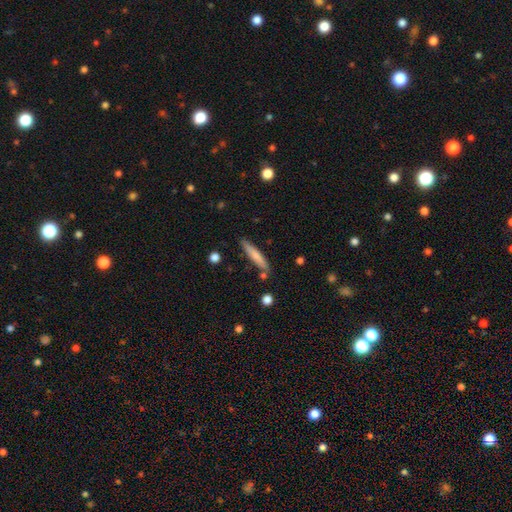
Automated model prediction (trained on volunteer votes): Morphology: type=smooth (71%); roundness=cigar-shaped (92%); merging=none (83%).